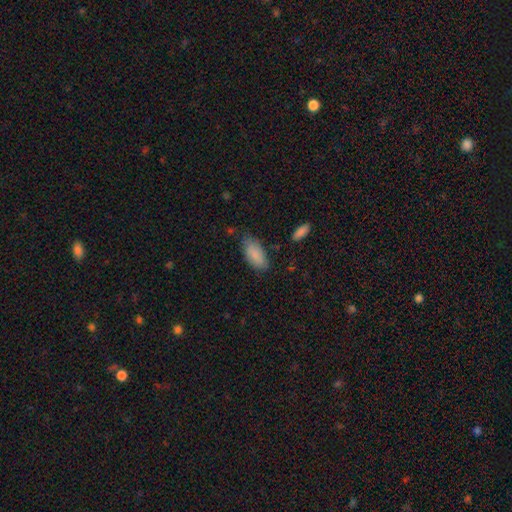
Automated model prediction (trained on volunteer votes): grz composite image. It shows a smooth galaxy with no disk features (86%) that is in between round and cigar-shaped (91%). Merging: none (68%).